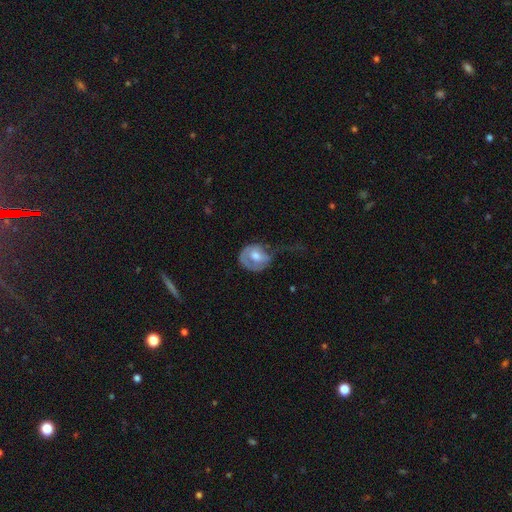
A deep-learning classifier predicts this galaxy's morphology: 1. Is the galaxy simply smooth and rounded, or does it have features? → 51% featured or disk, 43% smooth, 6% star or artifact.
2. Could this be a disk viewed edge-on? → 96% no, 4% yes.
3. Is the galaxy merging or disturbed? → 48% major disturbance, 25% minor disturbance, 24% none, 3% merger.